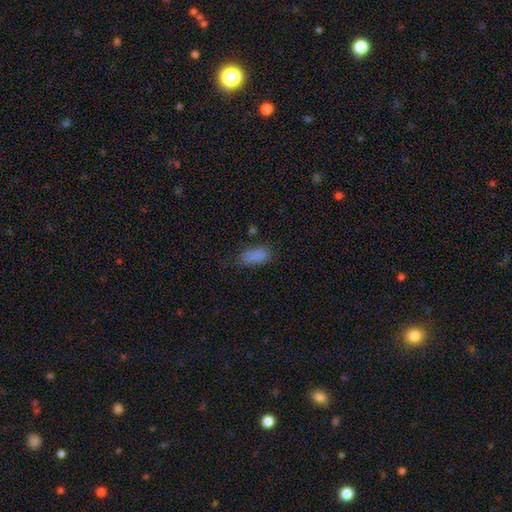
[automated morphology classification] The model was most divided on "merging": none: 71%, minor disturbance: 20%, major disturbance: 6%, merger: 2%. More confident: how rounded — in between (86%); smooth or featured — smooth (85%).